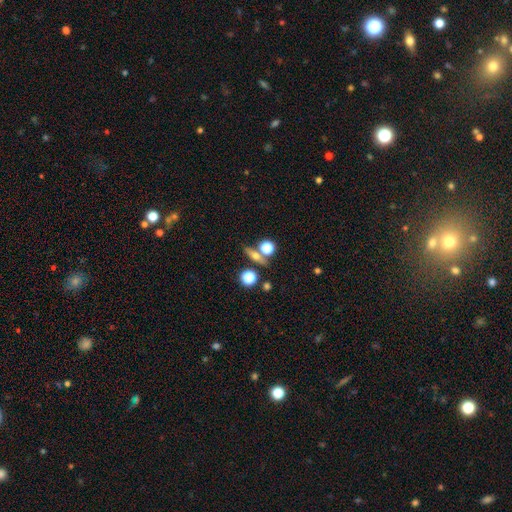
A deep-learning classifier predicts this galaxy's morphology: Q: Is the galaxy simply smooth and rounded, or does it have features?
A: smooth — 51%.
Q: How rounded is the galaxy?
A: round — 38%.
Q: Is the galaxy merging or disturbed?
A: none — 67%.